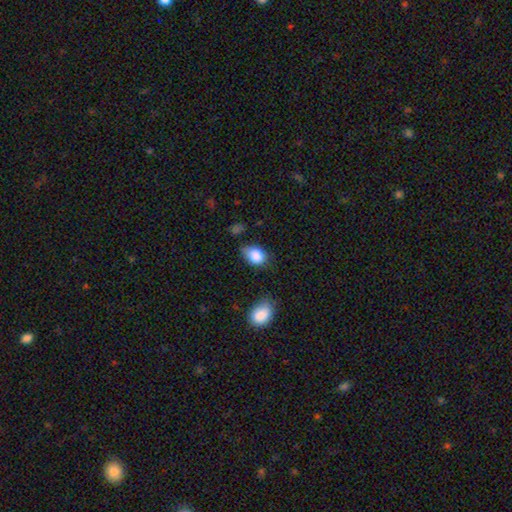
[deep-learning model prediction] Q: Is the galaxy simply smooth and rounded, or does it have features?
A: smooth — 86%.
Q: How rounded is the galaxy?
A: in between — 78%.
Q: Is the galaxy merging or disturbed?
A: none — 53%.